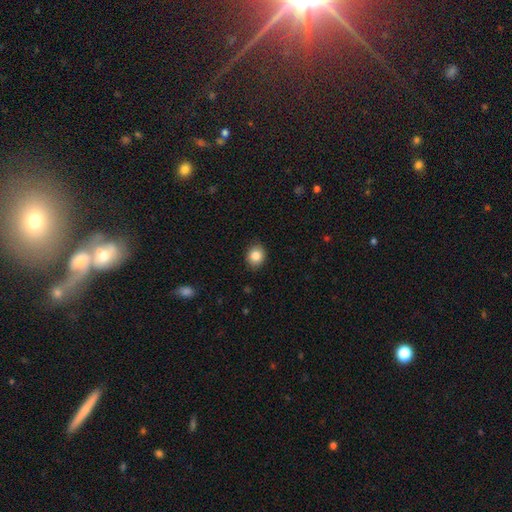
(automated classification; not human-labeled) A smooth galaxy with no disk features (85%) that is round (65%). Merging: none (88%).